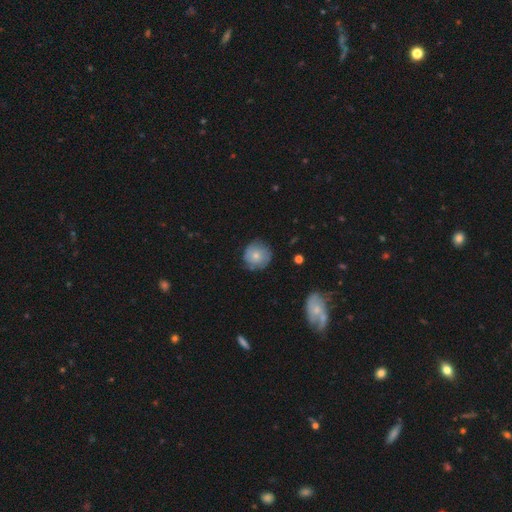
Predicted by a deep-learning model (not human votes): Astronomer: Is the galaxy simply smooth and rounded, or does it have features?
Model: smooth — 66%.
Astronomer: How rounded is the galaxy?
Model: round — 91%.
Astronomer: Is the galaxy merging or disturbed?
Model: none — 73%.